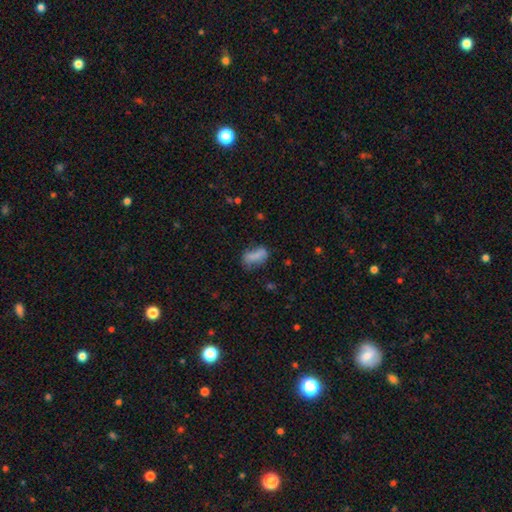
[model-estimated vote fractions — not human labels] Overall: smooth (73%). How rounded: in between (81%). Merging: none (48%; minor disturbance 29%).